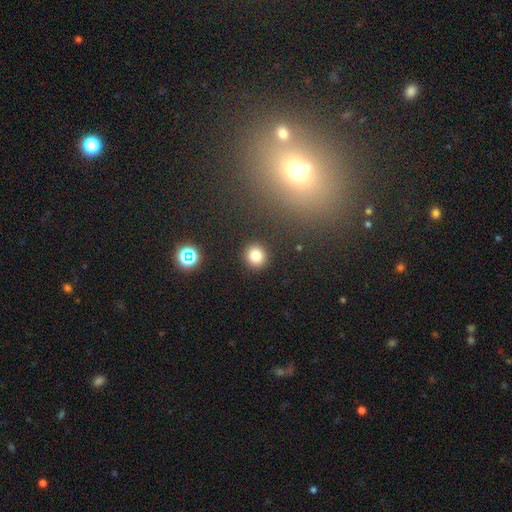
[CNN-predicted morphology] A smooth galaxy with no disk features (80%) that is round (89%).

Vote fractions:
- Smooth or featured? smooth: 80% / star or artifact: 13% / featured or disk: 7%
- How rounded? round: 89% / in between: 10% / cigar-shaped: 1%
- Merging? none: 91% / minor disturbance: 5% / major disturbance: 2% / merger: 2%